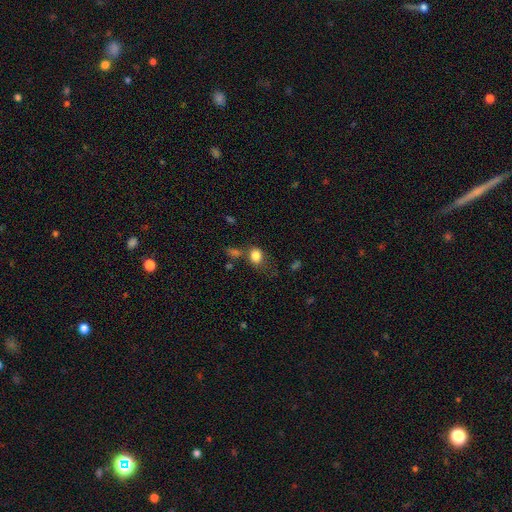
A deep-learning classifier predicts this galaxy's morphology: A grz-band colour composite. It shows a smooth galaxy with no disk features (83%) that is in between round and cigar-shaped (52%). Merging: none (52%).